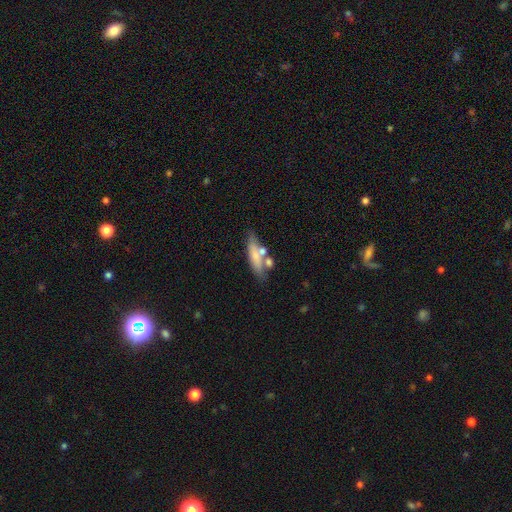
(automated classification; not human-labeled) Smooth or featured? smooth (68%)
How rounded? cigar-shaped (57%)
Merging? none (57%)